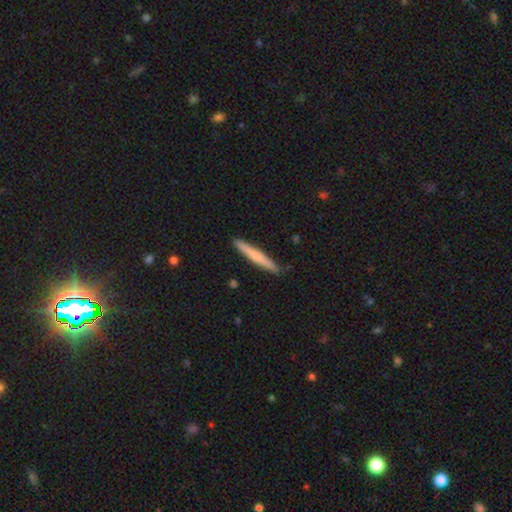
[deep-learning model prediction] smooth-or-featured: smooth: 63% | featured or disk: 32% | star or artifact: 5%
  how-rounded: cigar-shaped: 96% | in between: 3% | round: 1%
  merging: none: 89% | minor disturbance: 8% | major disturbance: 1% | merger: 1%